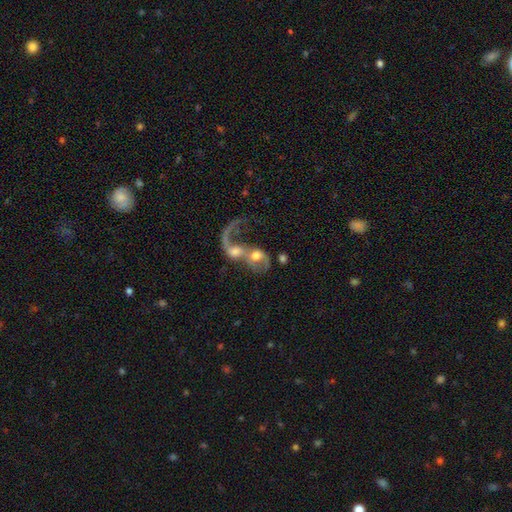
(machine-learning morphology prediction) A featured or disk galaxy (60%) with no bar (69%), spiral arms (66%) and a moderate central bulge (50%).

Vote fractions:
- Smooth or featured? featured or disk: 60% / smooth: 30% / star or artifact: 9%
- Edge-on disk? no: 95% / yes: 5%
- Bar? no: 69% / weak: 24% / strong: 6%
- Spiral arms? yes: 66% / no: 34%
- Bulge size? moderate: 50% / large: 23% / small: 16% / none: 8% / dominant: 4%
- Merging? merger: 77% / major disturbance: 13% / none: 7% / minor disturbance: 3%